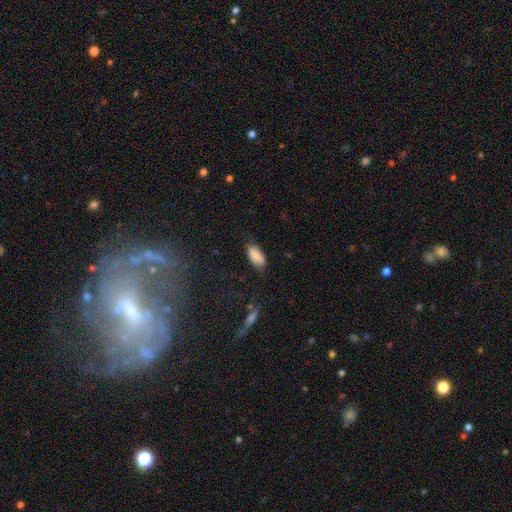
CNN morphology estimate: smooth_or_featured: smooth (p=0.85) [alt: featured or disk p=0.08]
how_rounded: in between (p=0.89) [alt: cigar-shaped p=0.09]
merging: none (p=0.66) [alt: minor disturbance p=0.26]